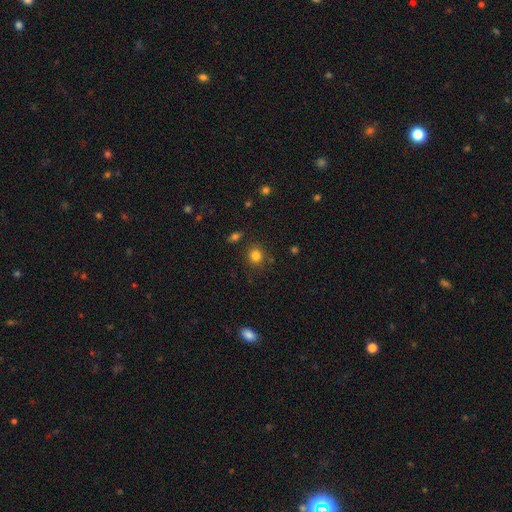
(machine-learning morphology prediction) A smooth galaxy with no disk features (82%) that is round (85%).

Vote fractions:
- Smooth or featured? smooth: 82% / star or artifact: 13% / featured or disk: 5%
- How rounded? round: 85% / in between: 14% / cigar-shaped: 1%
- Merging? none: 84% / minor disturbance: 9% / merger: 4% / major disturbance: 3%